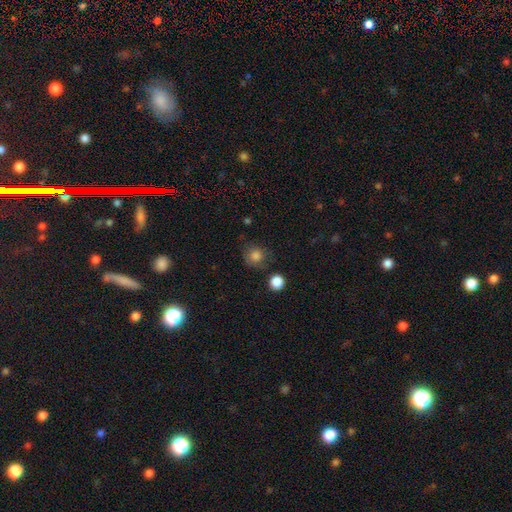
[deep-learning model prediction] Morphology: type=smooth (81%); roundness=round (89%); merging=none (72%).